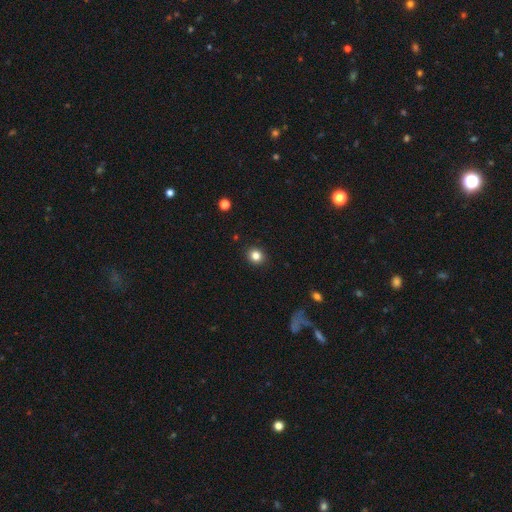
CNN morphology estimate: A smooth galaxy with no disk features (83%) that is round (82%). Merging: none (91%).